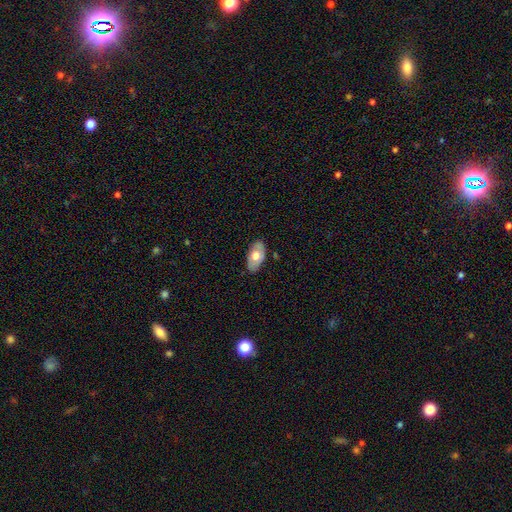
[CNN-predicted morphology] smooth-or-featured: smooth: 59% | featured or disk: 35% | star or artifact: 6%
  how-rounded: in between: 93% | round: 4% | cigar-shaped: 2%
  merging: none: 83% | minor disturbance: 13% | major disturbance: 2% | merger: 1%